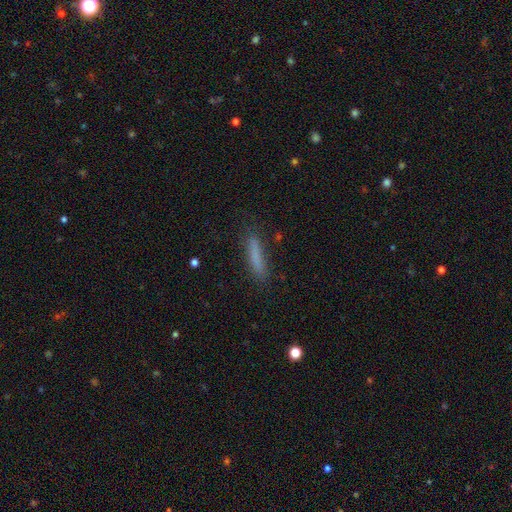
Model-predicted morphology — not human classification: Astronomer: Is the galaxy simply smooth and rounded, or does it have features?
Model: smooth — 77%.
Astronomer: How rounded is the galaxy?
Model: cigar-shaped — 90%.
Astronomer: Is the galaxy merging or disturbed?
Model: none — 82%.